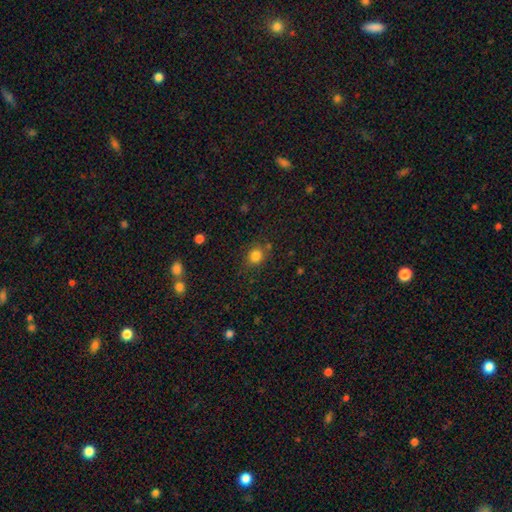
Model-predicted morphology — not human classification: Smooth or featured? Predicted: smooth (p=0.81). How rounded? Predicted: round (p=0.79). Merging? Predicted: none (p=0.79).